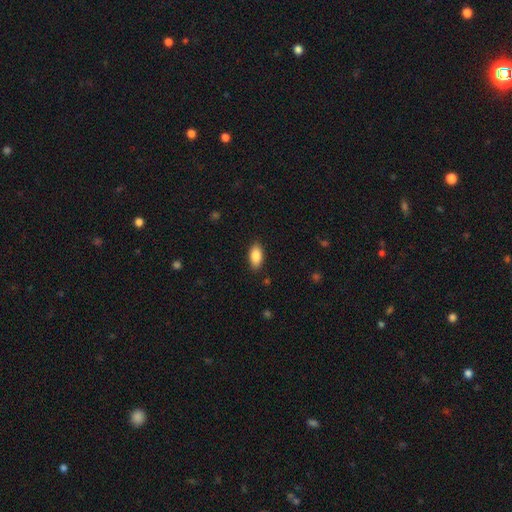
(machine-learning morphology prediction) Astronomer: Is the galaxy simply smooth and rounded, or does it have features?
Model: smooth — 87%.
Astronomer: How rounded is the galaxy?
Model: in between — 92%.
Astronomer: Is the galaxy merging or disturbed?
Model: none — 87%.